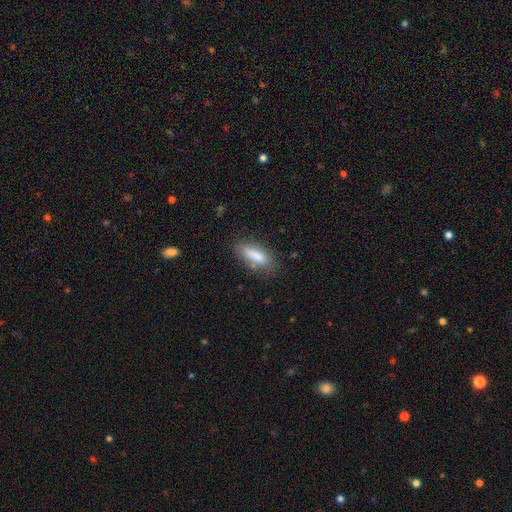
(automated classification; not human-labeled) Smooth or featured: smooth — 81% (featured or disk — 11%)
How rounded: in between — 61% (cigar-shaped — 37%)
Merging: none — 71% (minor disturbance — 19%)